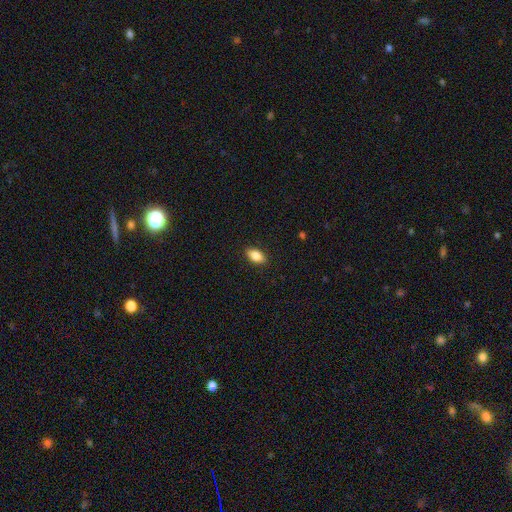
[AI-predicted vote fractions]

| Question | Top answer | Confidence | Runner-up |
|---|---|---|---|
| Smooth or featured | smooth | 86% | star or artifact (7%) |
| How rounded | in between | 91% | round (5%) |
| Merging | none | 89% | minor disturbance (8%) |